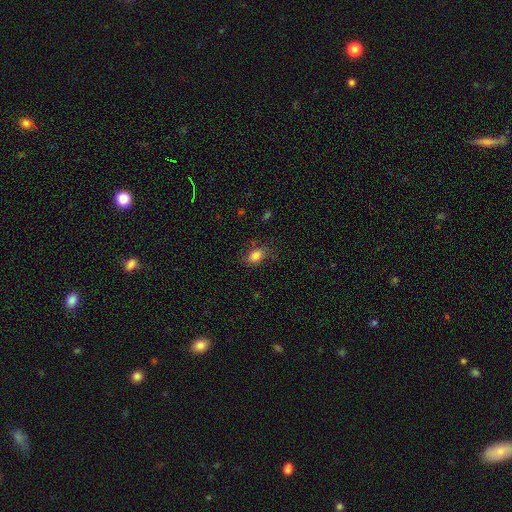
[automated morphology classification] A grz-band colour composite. It shows a smooth galaxy with no disk features (82%) that is in between round and cigar-shaped (80%). Merging: none (75%).